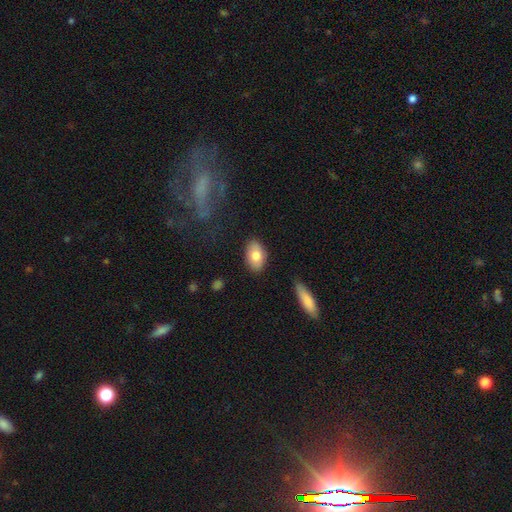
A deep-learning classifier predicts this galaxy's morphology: This is likely a smooth galaxy (79%). How rounded: clearly in between (91%). Merging: clearly none (85%).